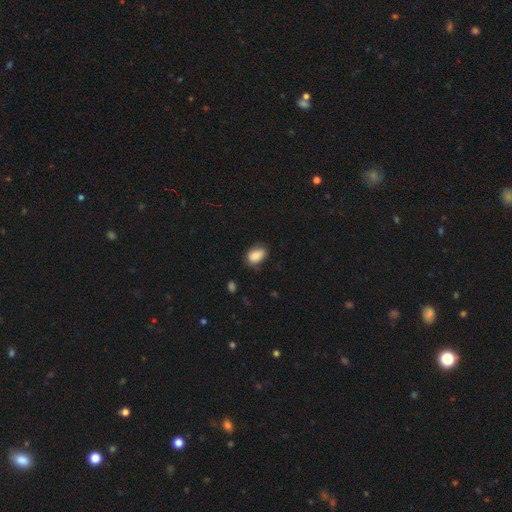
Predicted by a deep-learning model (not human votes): Smooth or featured: smooth — 86% (star or artifact — 8%)
How rounded: in between — 86% (round — 13%)
Merging: none — 70% (minor disturbance — 24%)